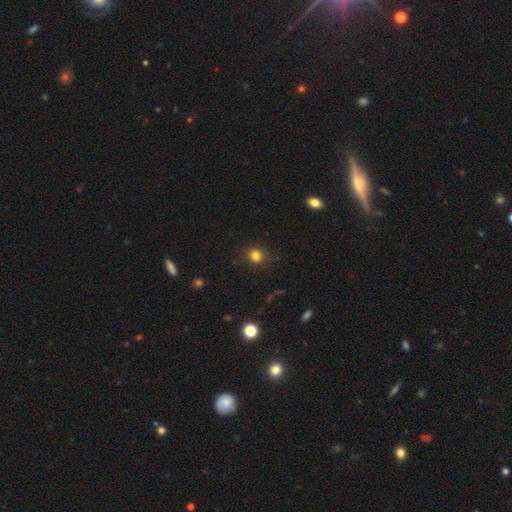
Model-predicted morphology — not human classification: A smooth galaxy with no disk features (81%) that is round (85%).

Vote fractions:
- Smooth or featured? smooth: 81% / star or artifact: 14% / featured or disk: 5%
- How rounded? round: 85% / in between: 14% / cigar-shaped: 1%
- Merging? none: 88% / minor disturbance: 8% / major disturbance: 2% / merger: 1%